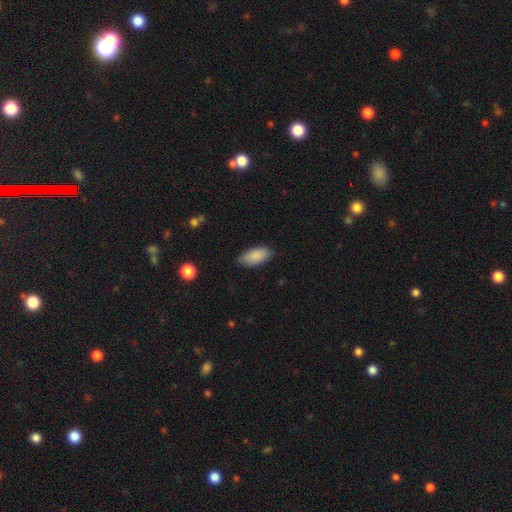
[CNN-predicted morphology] type=smooth (88%); roundness=in between (91%); merging=none (83%).